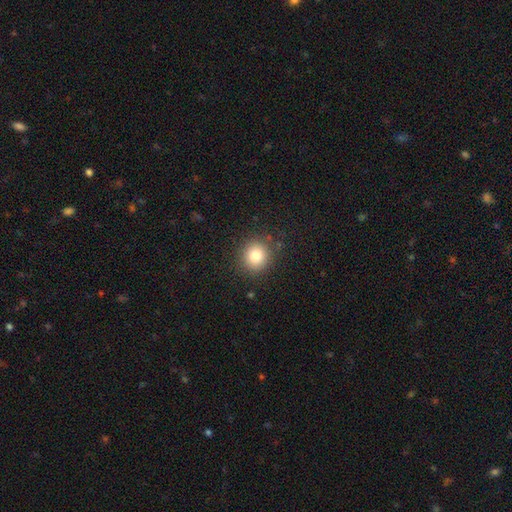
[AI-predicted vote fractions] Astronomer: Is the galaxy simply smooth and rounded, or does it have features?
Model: smooth — 81%.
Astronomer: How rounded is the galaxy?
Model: round — 87%.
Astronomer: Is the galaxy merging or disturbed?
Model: none — 87%.